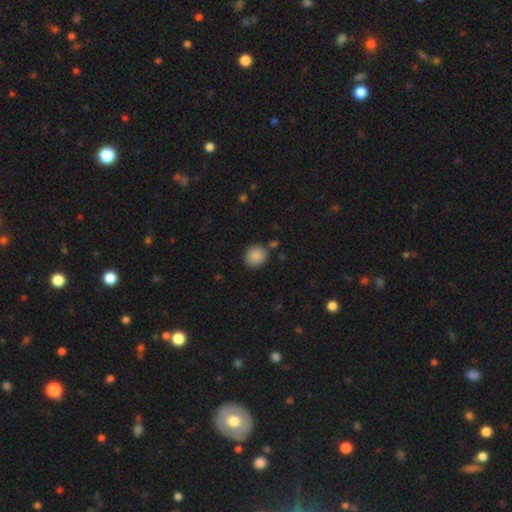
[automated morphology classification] Q: Smooth or featured?
A: smooth (87%); runner-up: star or artifact (8%)
Q: How rounded?
A: round (85%); runner-up: in between (14%)
Q: Merging?
A: none (83%); runner-up: minor disturbance (10%)